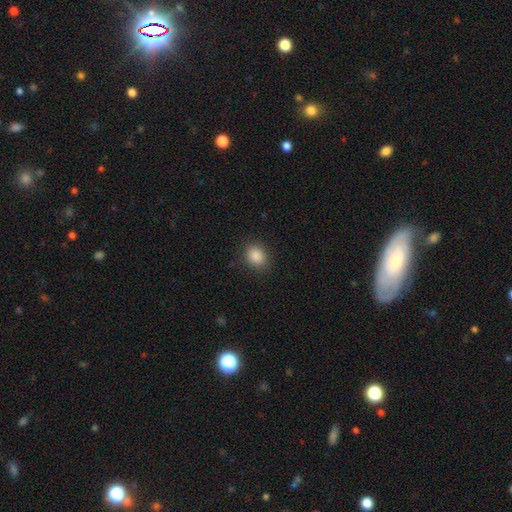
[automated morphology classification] This is clearly a smooth galaxy (87%). How rounded: possibly round (58%). Merging: clearly none (88%).